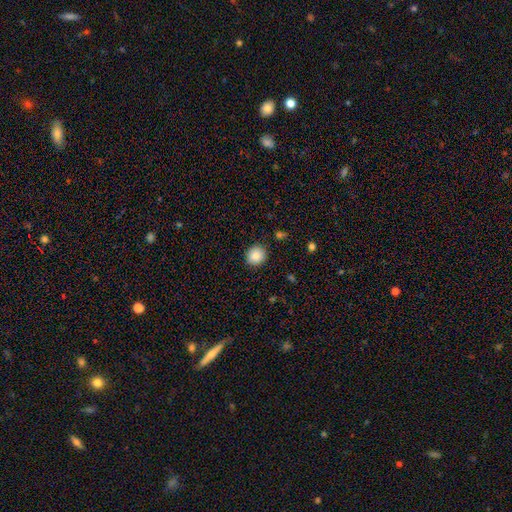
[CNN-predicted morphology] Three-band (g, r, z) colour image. It shows a smooth galaxy with no disk features (86%) that is round (83%). Merging: none (90%).